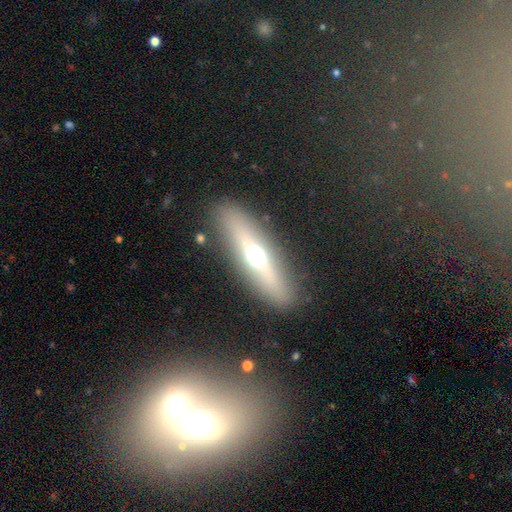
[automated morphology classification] A featured or disk galaxy (53%) viewed edge-on (83%). Merging: none (87%).